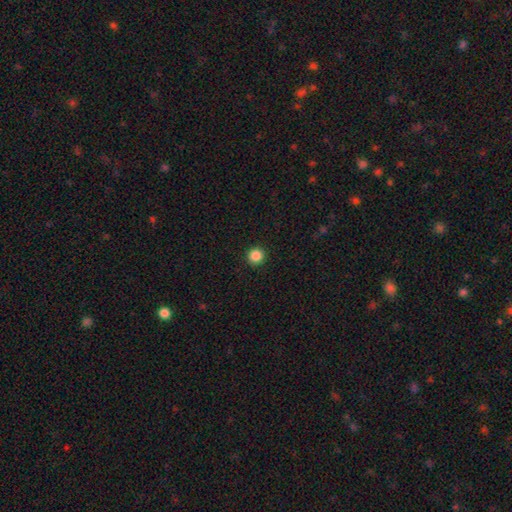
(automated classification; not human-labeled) smooth-or-featured: smooth: 86% | star or artifact: 11% | featured or disk: 3%
  how-rounded: round: 95% | in between: 4% | cigar-shaped: 1%
  merging: none: 93% | minor disturbance: 4% | major disturbance: 2% | merger: 1%